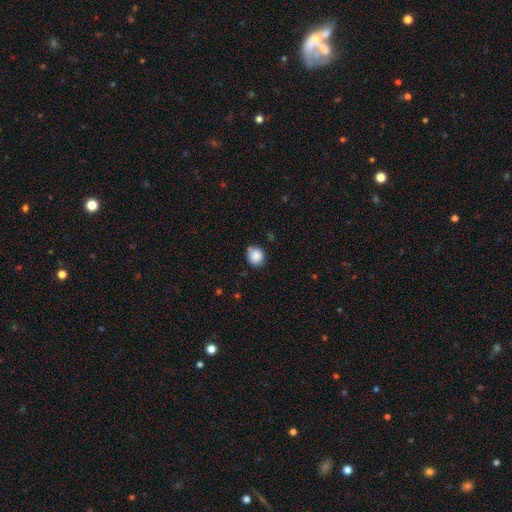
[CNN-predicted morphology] type=smooth (87%); roundness=round (80%); merging=none (73%).